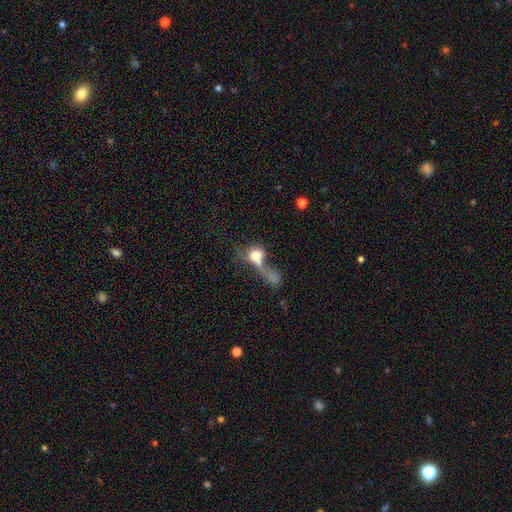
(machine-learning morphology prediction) Smooth or featured? Predicted: smooth (p=0.67). How rounded? Predicted: round (p=0.54). Merging? Predicted: merger (p=0.46).